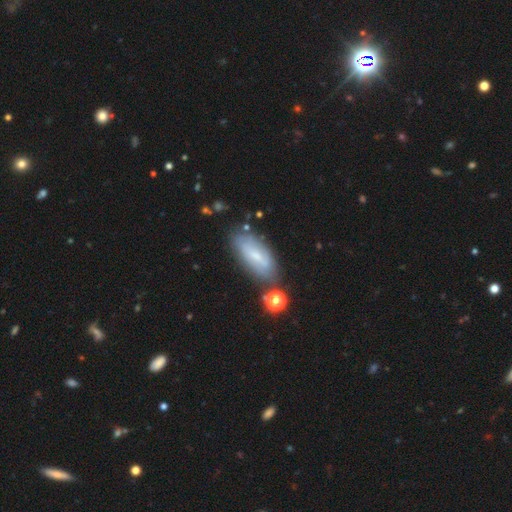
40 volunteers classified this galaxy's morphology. smooth_or_featured: featured or disk (p=0.60) [alt: smooth p=0.38]
disk_edge_on: no (p=0.71) [alt: yes p=0.29]
bar: weak (p=0.35) [tied with: no p=0.35]
has_spiral_arms: no (p=0.65) [alt: yes p=0.35]
bulge_size: moderate (p=0.41) [tied with: small p=0.41]
merging: none (p=0.56) [alt: minor disturbance p=0.26]